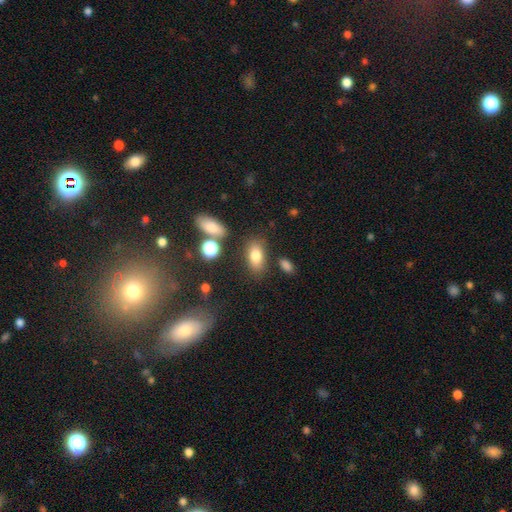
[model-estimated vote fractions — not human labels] A smooth galaxy with no disk features (79%) that is in between round and cigar-shaped (87%).

Vote fractions:
- Smooth or featured? smooth: 79% / featured or disk: 11% / star or artifact: 10%
- How rounded? in between: 87% / round: 9% / cigar-shaped: 4%
- Merging? none: 77% / minor disturbance: 12% / merger: 6% / major disturbance: 4%